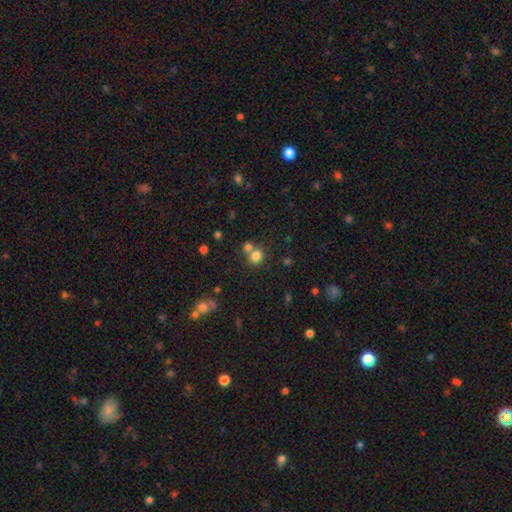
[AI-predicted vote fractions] Smooth or featured? smooth (78%)
How rounded? round (75%)
Merging? none (53%)